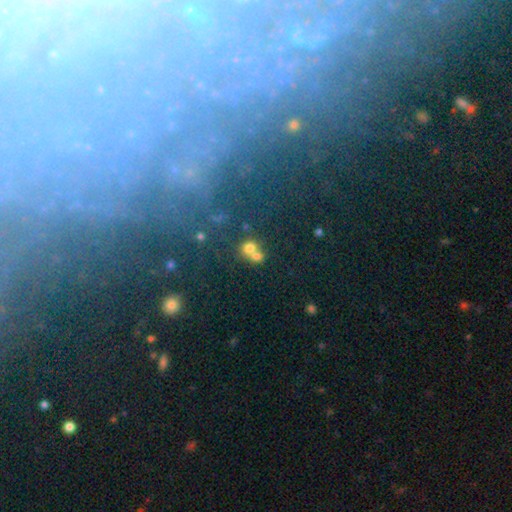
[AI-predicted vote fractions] Smooth or featured? Predicted: smooth (p=0.56). How rounded? Predicted: round (p=0.73). Merging? Predicted: none (p=0.60).